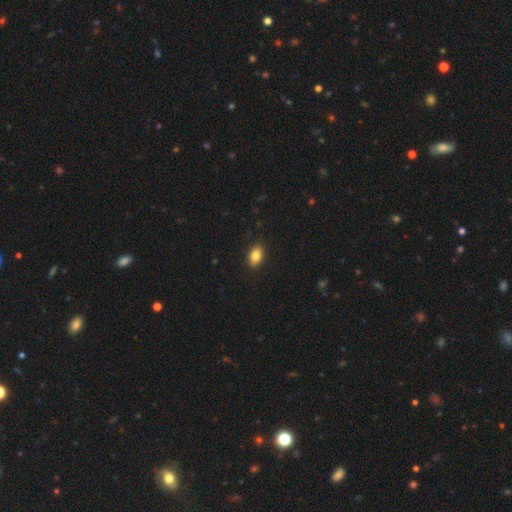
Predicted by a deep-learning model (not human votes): A smooth galaxy with no disk features (84%) that is in between round and cigar-shaped (87%).

Vote fractions:
- Smooth or featured? smooth: 84% / star or artifact: 8% / featured or disk: 8%
- How rounded? in between: 87% / round: 11% / cigar-shaped: 2%
- Merging? none: 89% / minor disturbance: 8% / major disturbance: 2% / merger: 1%